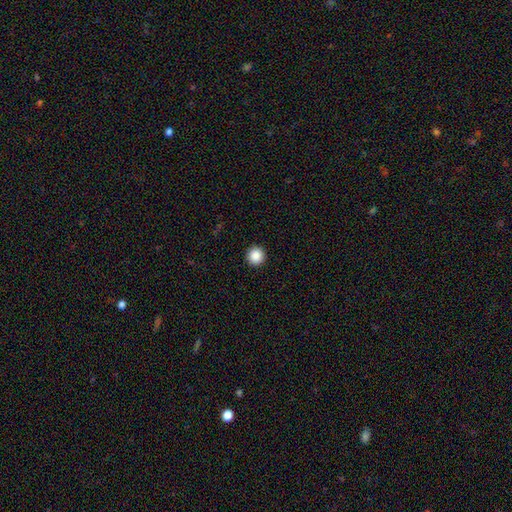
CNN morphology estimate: smooth_or_featured: smooth (p=0.88) [alt: star or artifact p=0.09]
how_rounded: round (p=0.96) [alt: in between p=0.03]
merging: none (p=0.94) [alt: minor disturbance p=0.04]